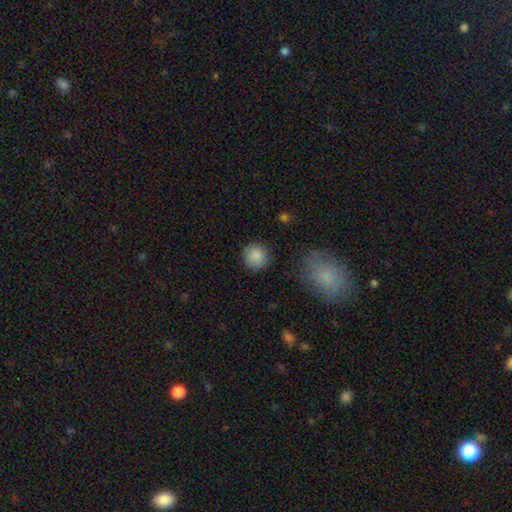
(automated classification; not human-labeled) smooth 87%, star or artifact 8%, featured or disk 5%. Down the decision tree: how rounded — round (92%); merging — none (87%).